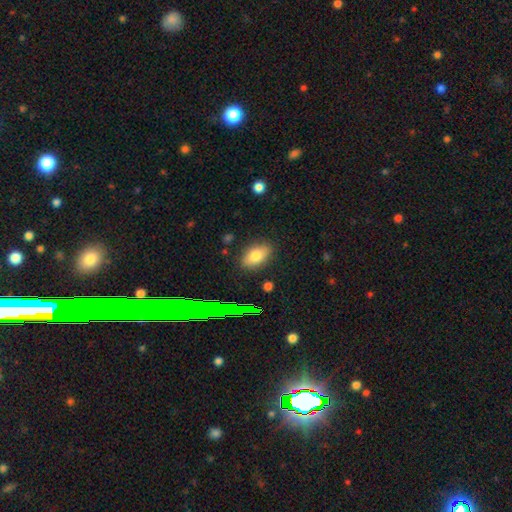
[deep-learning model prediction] Q: Smooth or featured?
A: smooth (77%); runner-up: featured or disk (13%)
Q: How rounded?
A: in between (89%); runner-up: round (8%)
Q: Merging?
A: none (84%); runner-up: minor disturbance (11%)